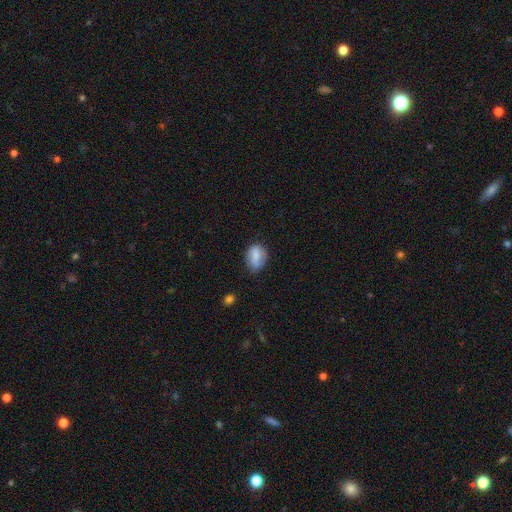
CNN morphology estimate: Smooth or featured?
  - smooth: 75% *
  - featured or disk: 17%
  - star or artifact: 8%
How rounded?
  - in between: 70% *
  - round: 29%
  - cigar-shaped: 2%
Merging?
  - none: 65% *
  - minor disturbance: 27%
  - major disturbance: 6%
  - merger: 2%